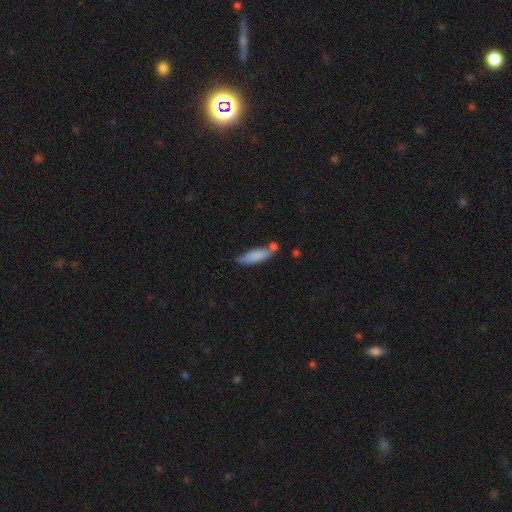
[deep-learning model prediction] smooth 80%, featured or disk 14%, star or artifact 6%. Down the decision tree: how rounded — cigar-shaped (63%); merging — none (57%).